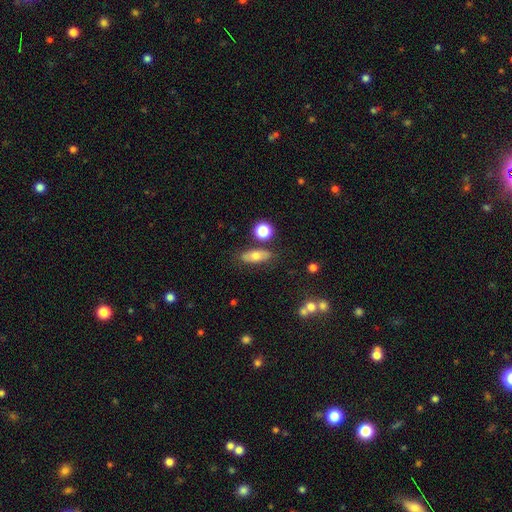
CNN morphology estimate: smooth 68%, featured or disk 22%, star or artifact 10%. Down the decision tree: how rounded — in between (70%); merging — none (75%).